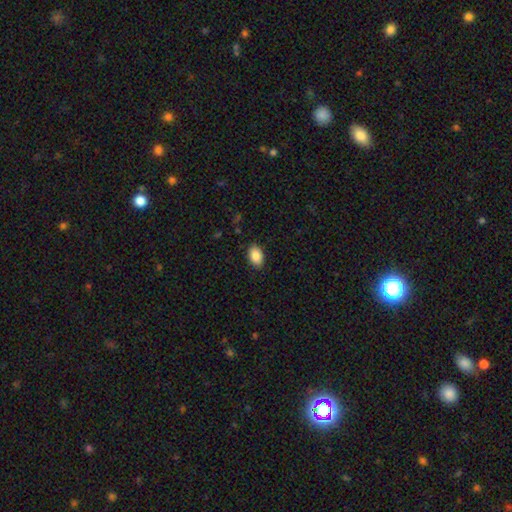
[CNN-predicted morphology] Smooth or featured? Predicted: smooth (p=0.88). How rounded? Predicted: in between (p=0.89). Merging? Predicted: none (p=0.88).